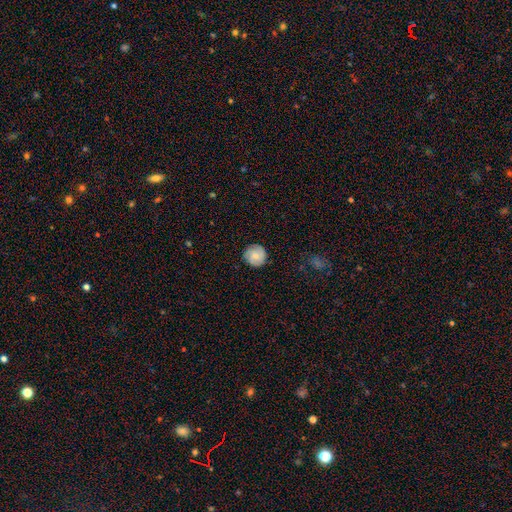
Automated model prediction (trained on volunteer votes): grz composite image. It shows a smooth galaxy with no disk features (64%) that is round (93%). Merging: none (83%).